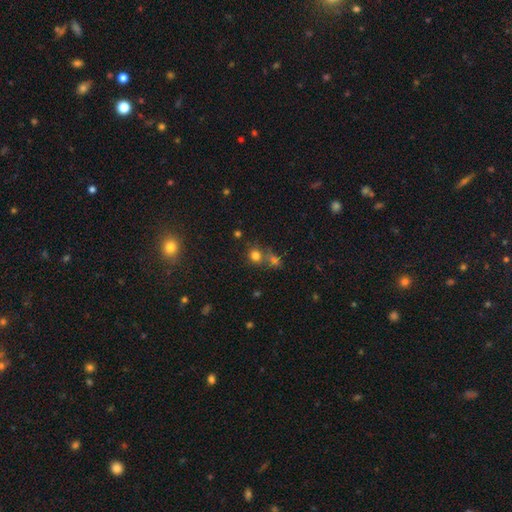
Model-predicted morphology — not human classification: Smooth or featured? smooth (74%)
How rounded? round (84%)
Merging? none (53%)